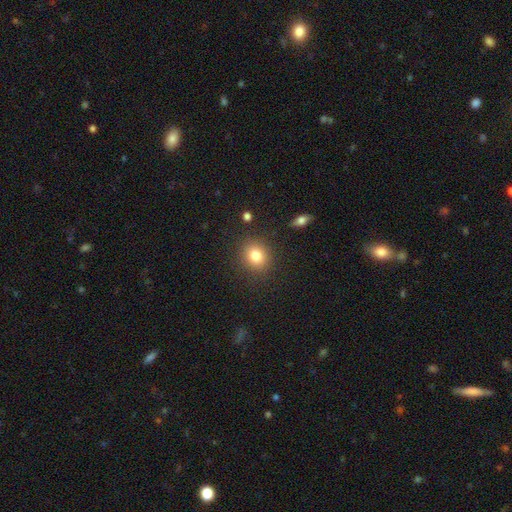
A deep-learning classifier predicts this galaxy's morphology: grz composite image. It shows a smooth galaxy with no disk features (81%) that is round (78%). Merging: none (87%).